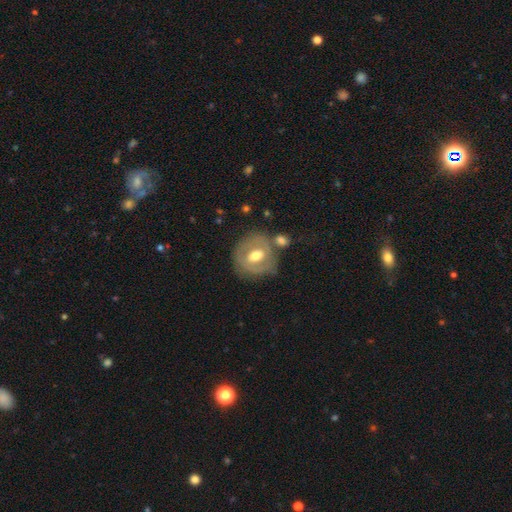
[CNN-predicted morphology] featured or disk 58%, smooth 36%, star or artifact 6%. Down the decision tree: edge-on disk — no (94%); bar — weak (45%); spiral arms — no (58%); bulge size — moderate (76%); merging — none (65%).